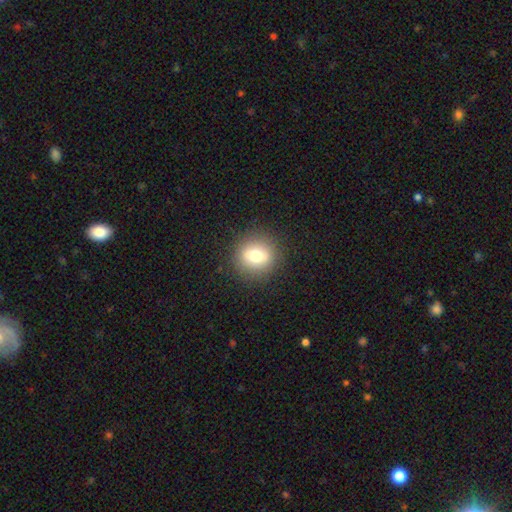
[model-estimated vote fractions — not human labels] The model was most divided on "smooth or featured": smooth: 69%, featured or disk: 19%, star or artifact: 12%. More confident: merging — none (88%); how rounded — round (87%).